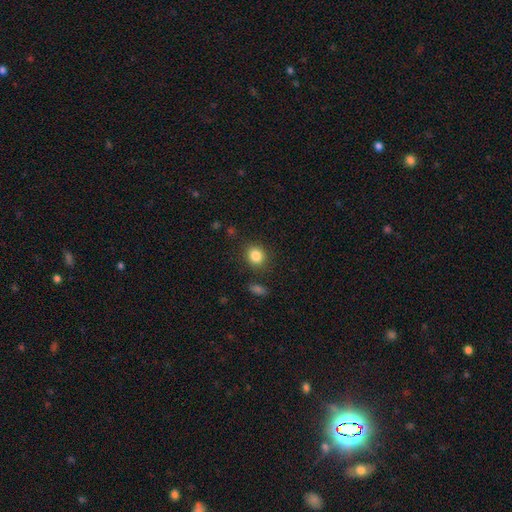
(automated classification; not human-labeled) Q: Smooth or featured?
A: smooth (85%); runner-up: star or artifact (10%)
Q: How rounded?
A: round (67%); runner-up: in between (31%)
Q: Merging?
A: none (83%); runner-up: minor disturbance (11%)